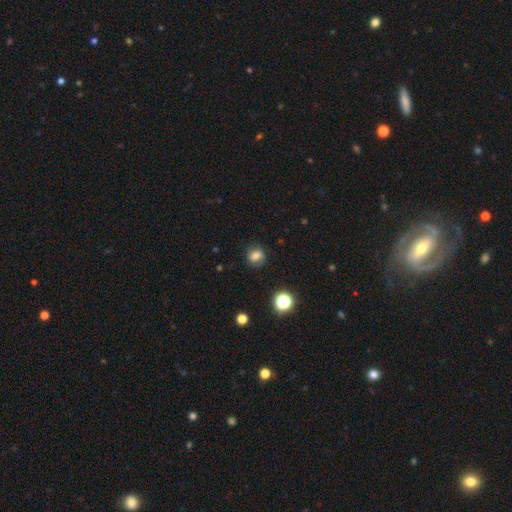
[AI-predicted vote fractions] A smooth galaxy with no disk features (69%) that is round (65%).

Vote fractions:
- Smooth or featured? smooth: 69% / featured or disk: 16% / star or artifact: 14%
- How rounded? round: 65% / in between: 34% / cigar-shaped: 1%
- Merging? none: 76% / minor disturbance: 16% / major disturbance: 6% / merger: 2%